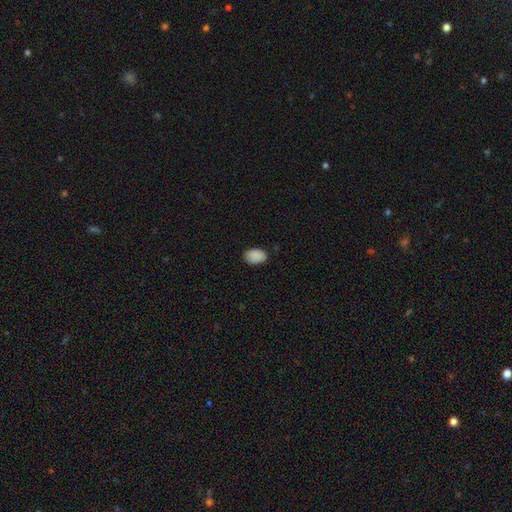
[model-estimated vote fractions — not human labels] Overall: smooth (89%). How rounded: in between (87%). Merging: none (84%).